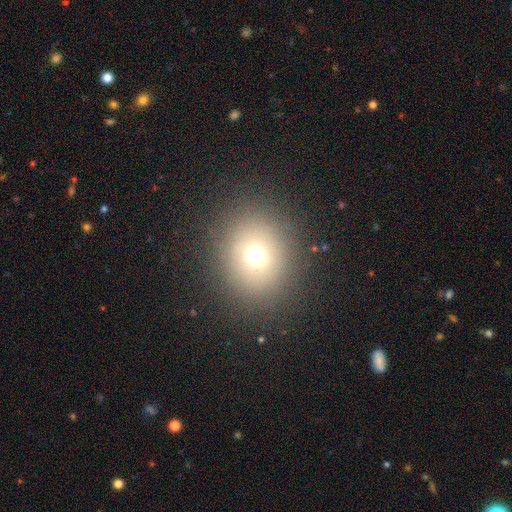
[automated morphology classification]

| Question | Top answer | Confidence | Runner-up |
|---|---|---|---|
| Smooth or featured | smooth | 67% | star or artifact (20%) |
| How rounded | round | 73% | in between (26%) |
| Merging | none | 86% | minor disturbance (8%) |